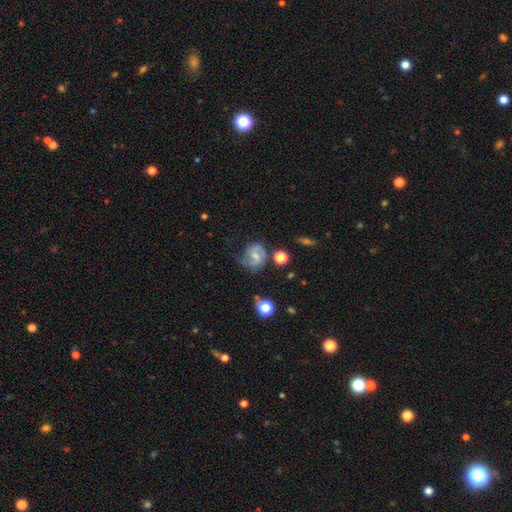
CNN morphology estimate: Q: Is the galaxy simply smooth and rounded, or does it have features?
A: featured or disk — 60%.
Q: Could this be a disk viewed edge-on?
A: no — 97%.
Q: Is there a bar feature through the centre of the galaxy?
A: weak — 49%.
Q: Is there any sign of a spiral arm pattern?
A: yes — 86%.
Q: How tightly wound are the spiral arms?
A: medium — 44%.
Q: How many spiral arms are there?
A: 2 — 66%.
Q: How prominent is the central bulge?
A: small — 44%.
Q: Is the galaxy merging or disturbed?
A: none — 50%.